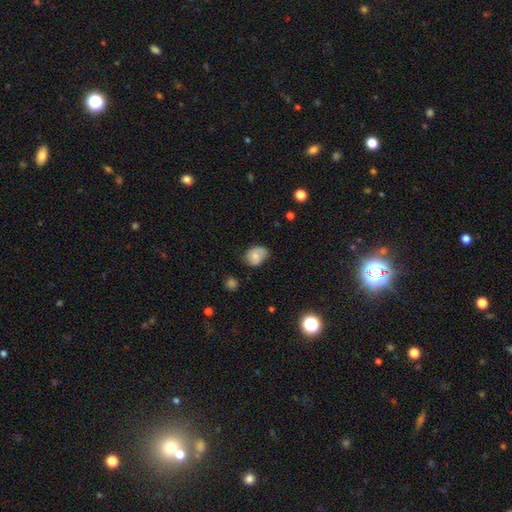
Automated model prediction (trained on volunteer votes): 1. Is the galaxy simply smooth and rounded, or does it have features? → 73% smooth, 19% featured or disk, 8% star or artifact.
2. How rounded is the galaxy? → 62% in between, 37% round, 1% cigar-shaped.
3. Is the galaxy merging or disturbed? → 60% none, 32% minor disturbance, 6% major disturbance, 2% merger.